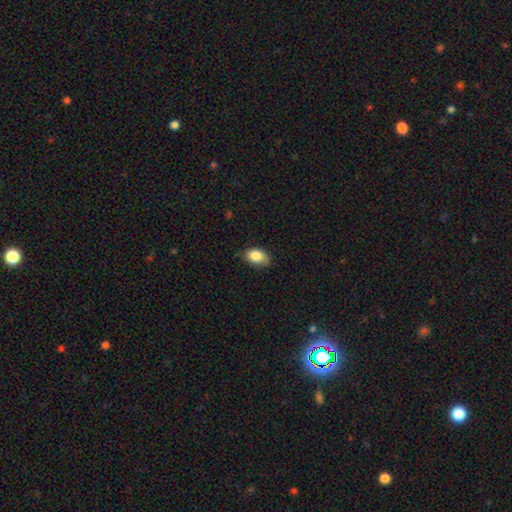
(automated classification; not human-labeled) A smooth galaxy with no disk features (84%) that is in between round and cigar-shaped (86%).

Vote fractions:
- Smooth or featured? smooth: 84% / star or artifact: 8% / featured or disk: 8%
- How rounded? in between: 86% / round: 13% / cigar-shaped: 1%
- Merging? none: 71% / minor disturbance: 25% / major disturbance: 4% / merger: 1%